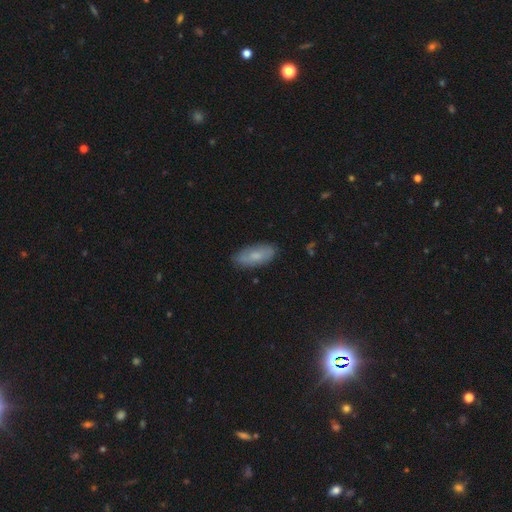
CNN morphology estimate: Smooth or featured? smooth (71%)
How rounded? in between (85%)
Merging? none (82%)